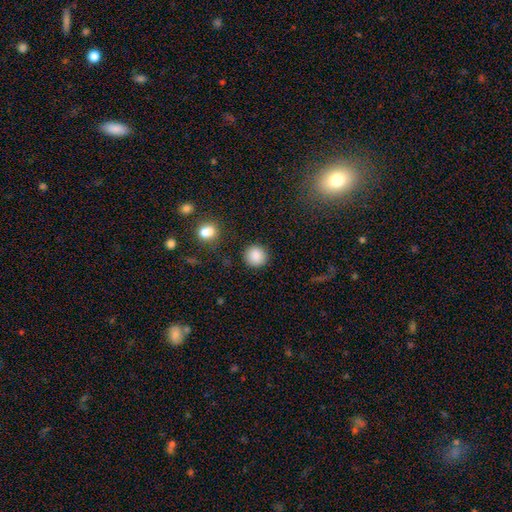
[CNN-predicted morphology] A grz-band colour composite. It shows a smooth galaxy with no disk features (87%) that is round (91%). Merging: none (87%).